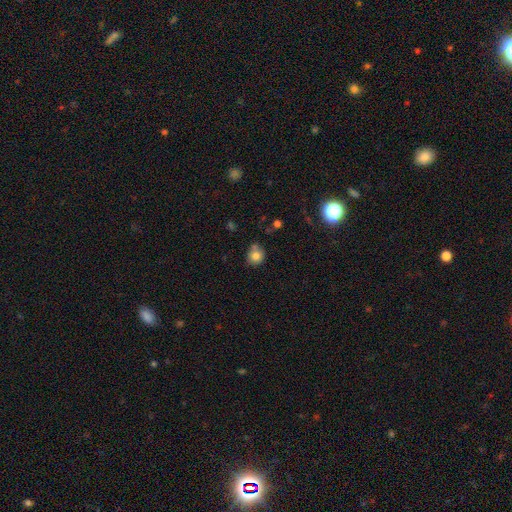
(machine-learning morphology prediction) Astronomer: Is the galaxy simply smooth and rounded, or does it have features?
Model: smooth — 79%.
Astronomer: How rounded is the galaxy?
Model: round — 81%.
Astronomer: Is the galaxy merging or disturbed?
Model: none — 63%.